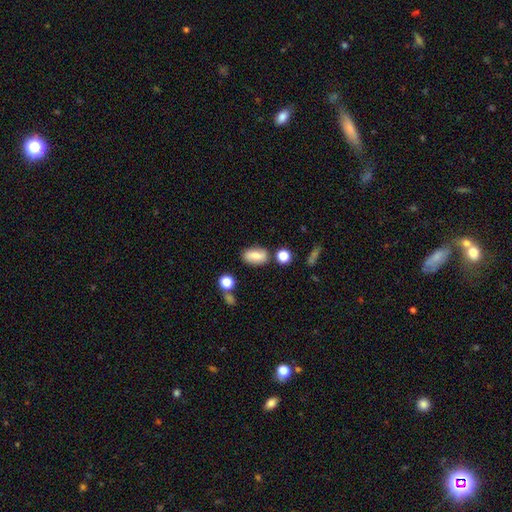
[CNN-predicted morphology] smooth-or-featured: smooth: 71% | featured or disk: 19% | star or artifact: 10%
  how-rounded: in between: 86% | round: 9% | cigar-shaped: 4%
  merging: none: 76% | minor disturbance: 15% | merger: 6% | major disturbance: 4%